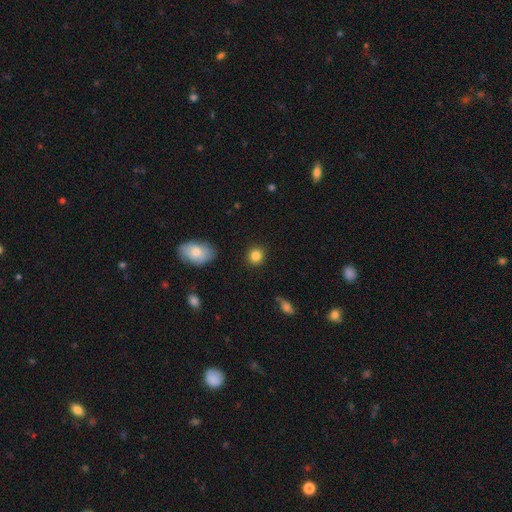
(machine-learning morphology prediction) smooth 85%, star or artifact 10%, featured or disk 5%. Down the decision tree: how rounded — round (87%); merging — none (89%).